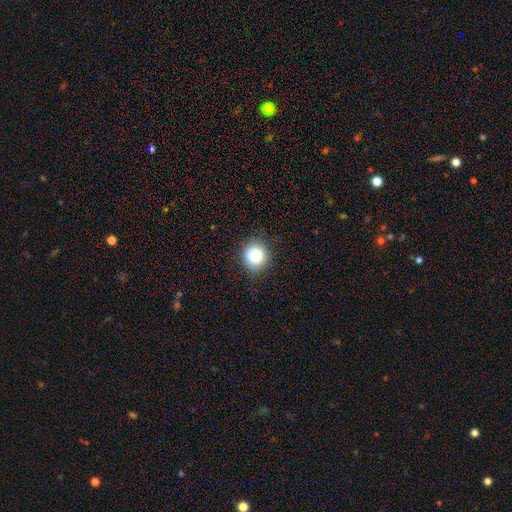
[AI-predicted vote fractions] Smooth or featured? smooth (84%)
How rounded? round (86%)
Merging? none (87%)